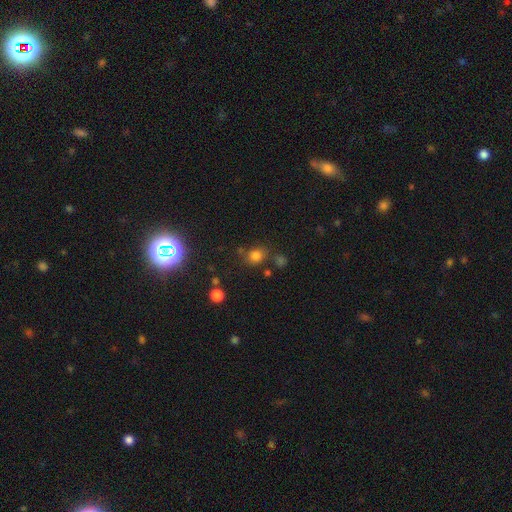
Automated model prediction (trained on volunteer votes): smooth-or-featured: smooth: 76% | star or artifact: 18% | featured or disk: 6%
  how-rounded: round: 65% | in between: 34% | cigar-shaped: 1%
  merging: none: 71% | minor disturbance: 14% | merger: 9% | major disturbance: 6%